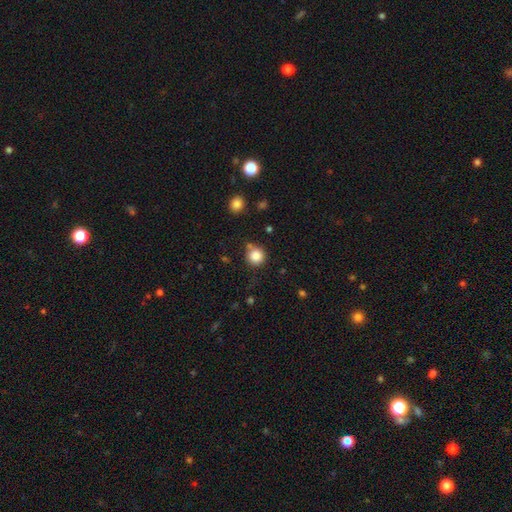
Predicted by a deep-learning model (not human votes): Overall: smooth (85%). How rounded: round (93%). Merging: none (76%).